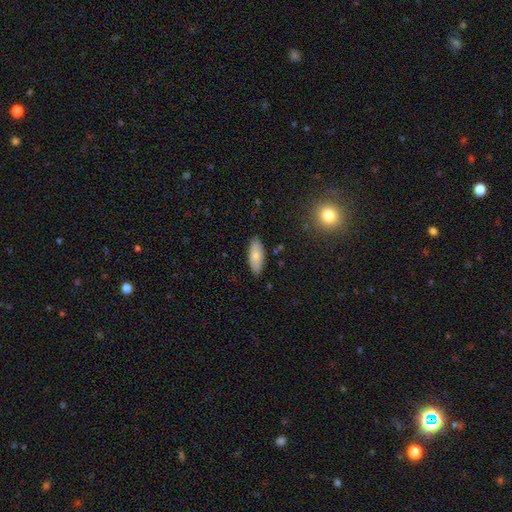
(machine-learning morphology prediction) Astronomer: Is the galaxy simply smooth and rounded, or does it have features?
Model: smooth — 77%.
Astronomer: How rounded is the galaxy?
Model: in between — 82%.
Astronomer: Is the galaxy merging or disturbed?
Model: none — 86%.